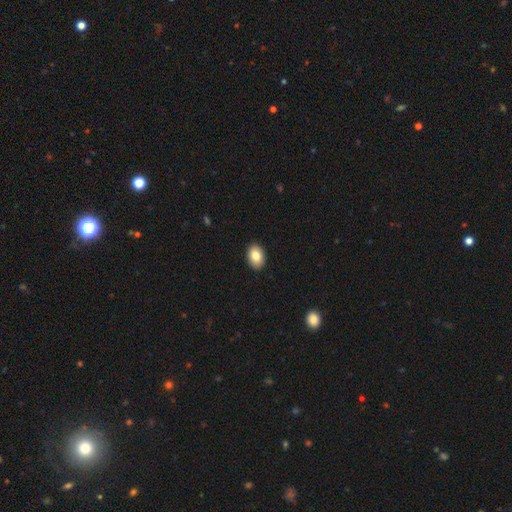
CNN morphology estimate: A smooth galaxy with no disk features (84%) that is in between round and cigar-shaped (83%). Merging: none (91%).